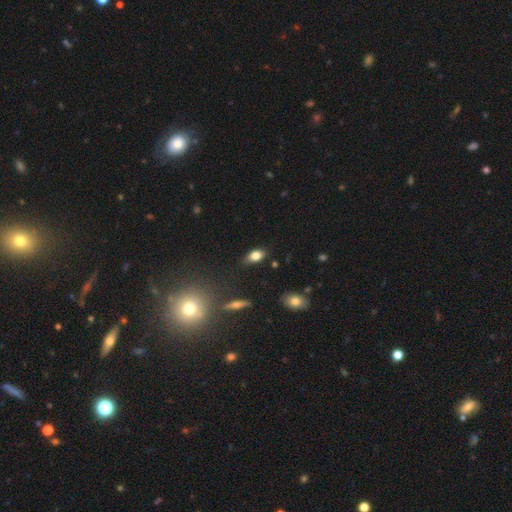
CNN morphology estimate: Q: Smooth or featured?
A: smooth (76%); runner-up: featured or disk (14%)
Q: How rounded?
A: in between (85%); runner-up: round (8%)
Q: Merging?
A: none (77%); runner-up: minor disturbance (17%)